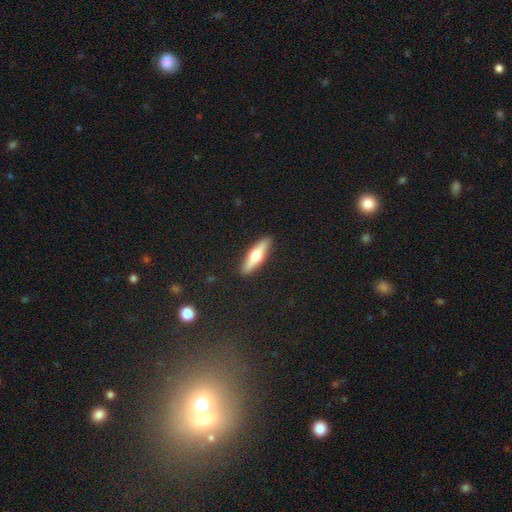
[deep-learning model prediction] smooth 60%, featured or disk 34%, star or artifact 6%. Down the decision tree: how rounded — cigar-shaped (70%); merging — none (90%).